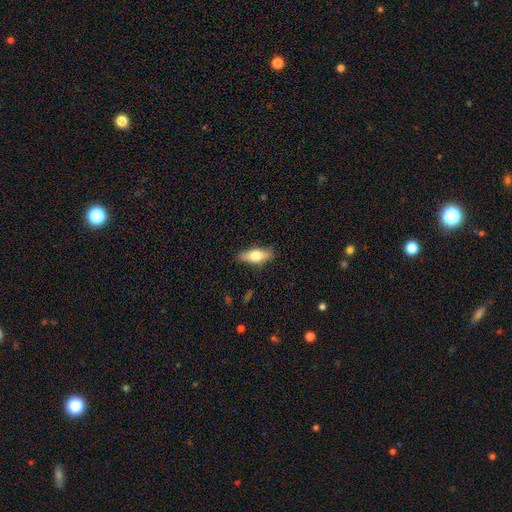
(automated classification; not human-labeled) Q: Smooth or featured?
A: smooth (63%); runner-up: featured or disk (31%)
Q: How rounded?
A: in between (70%); runner-up: cigar-shaped (26%)
Q: Merging?
A: none (84%); runner-up: minor disturbance (12%)